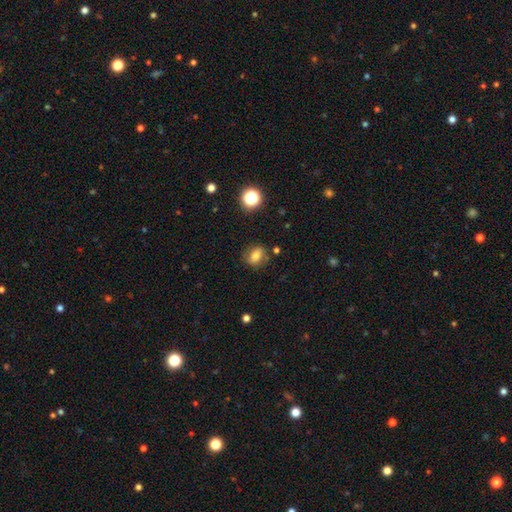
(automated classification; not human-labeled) smooth-or-featured: smooth: 71% | featured or disk: 16% | star or artifact: 12%
  how-rounded: in between: 56% | round: 42% | cigar-shaped: 2%
  merging: none: 78% | minor disturbance: 15% | major disturbance: 4% | merger: 3%